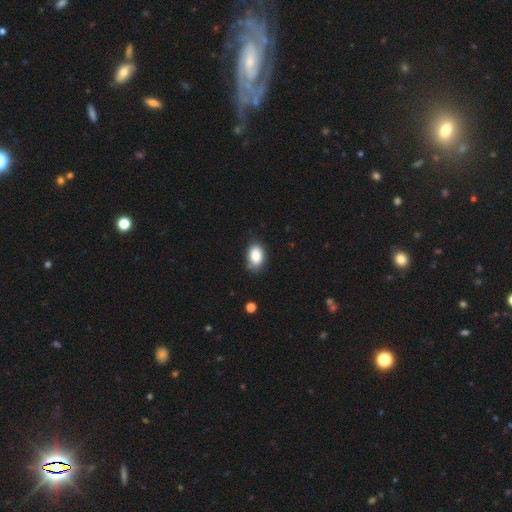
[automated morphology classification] Smooth or featured? Predicted: smooth (p=0.86). How rounded? Predicted: in between (p=0.87). Merging? Predicted: none (p=0.75).